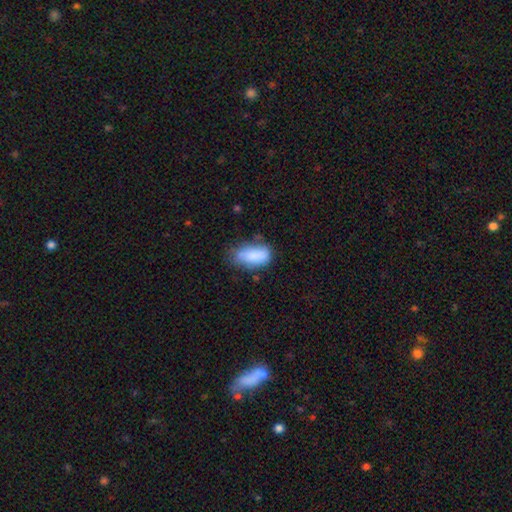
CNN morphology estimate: smooth 81%, featured or disk 12%, star or artifact 7%. Down the decision tree: how rounded — in between (87%); merging — none (53%).